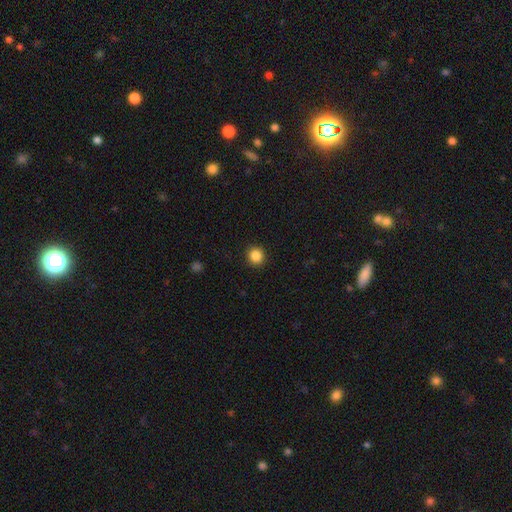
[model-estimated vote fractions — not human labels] Smooth or featured? Predicted: smooth (p=0.86). How rounded? Predicted: round (p=0.92). Merging? Predicted: none (p=0.92).